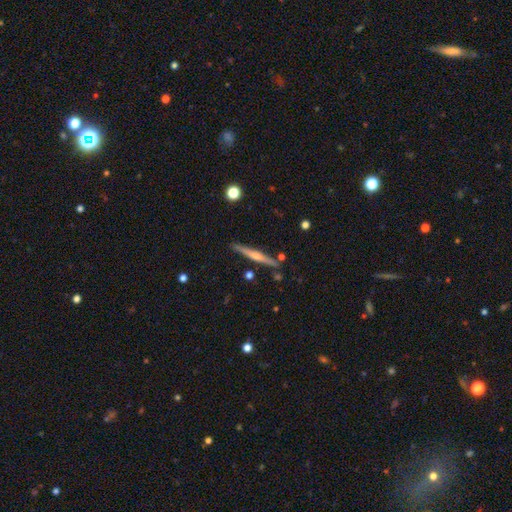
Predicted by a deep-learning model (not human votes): A featured or disk galaxy (76%) viewed edge-on (98%) with a rounded central bulge (80%). Merging: none (87%).